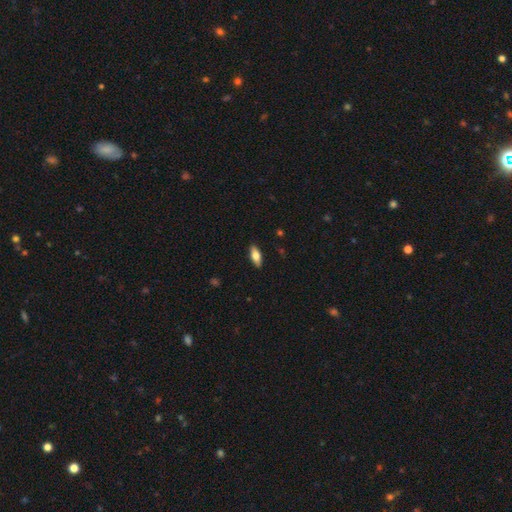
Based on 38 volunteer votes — smooth-or-featured: smooth: 71% | featured or disk: 26% | star or artifact: 3%
  how-rounded: in between: 78% | cigar-shaped: 19% | round: 4%
  merging: none: 95% | minor disturbance: 3% | major disturbance: 3% | merger: 0%